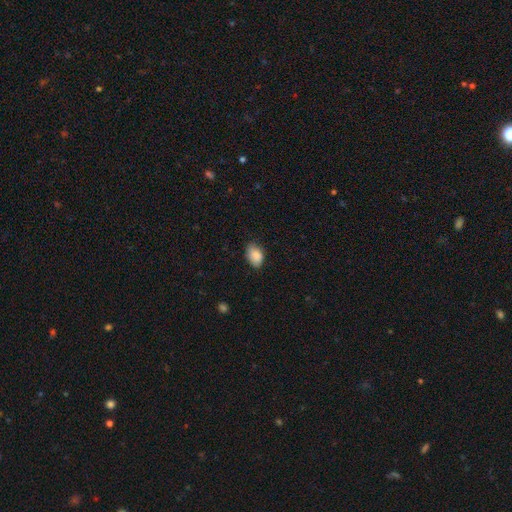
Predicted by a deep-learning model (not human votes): This appears to be a smooth galaxy with no disk features (88%) that is in between round and cigar-shaped (87%). Merging: none (74%).